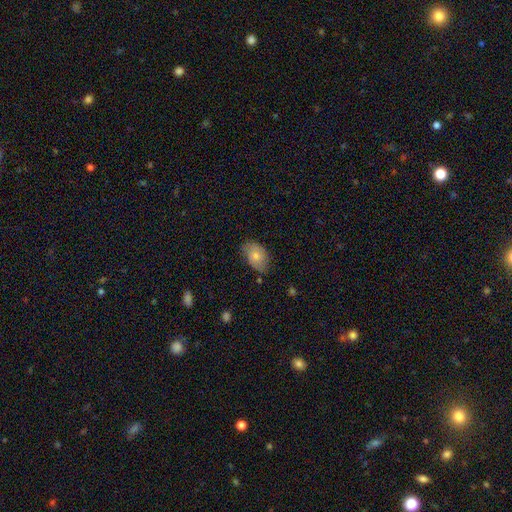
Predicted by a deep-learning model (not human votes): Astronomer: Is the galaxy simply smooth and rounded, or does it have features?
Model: smooth — 54% (runner-up: featured or disk, 37%).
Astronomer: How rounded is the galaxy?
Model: in between — 86%.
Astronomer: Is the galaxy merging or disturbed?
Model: none — 72%.